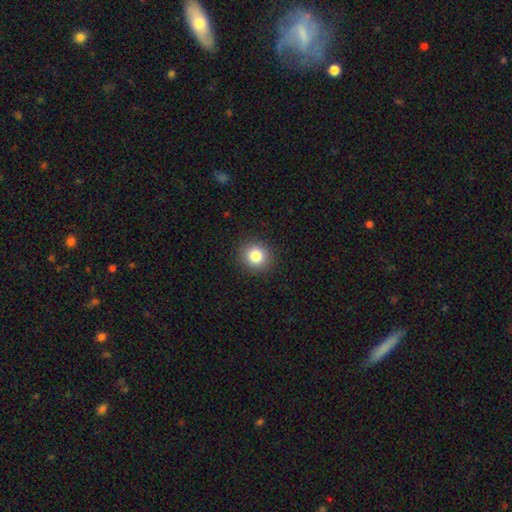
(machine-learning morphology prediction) Overall: smooth (83%). How rounded: round (88%). Merging: none (91%).